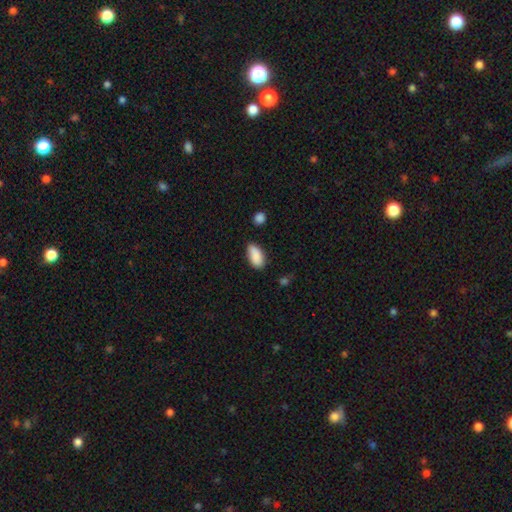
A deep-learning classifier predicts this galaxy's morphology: Overall: smooth (89%). How rounded: in between (92%). Merging: none (70%).